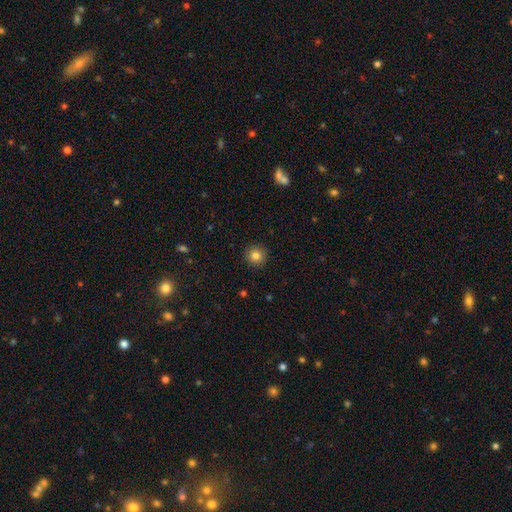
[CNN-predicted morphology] Q: Smooth or featured?
A: smooth (83%); runner-up: star or artifact (11%)
Q: How rounded?
A: round (95%); runner-up: in between (4%)
Q: Merging?
A: none (92%); runner-up: minor disturbance (5%)